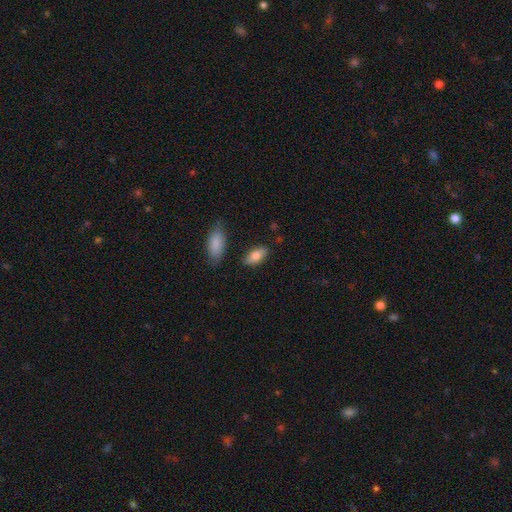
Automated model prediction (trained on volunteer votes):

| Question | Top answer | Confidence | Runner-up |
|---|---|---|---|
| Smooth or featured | smooth | 80% | featured or disk (13%) |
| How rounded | in between | 89% | cigar-shaped (8%) |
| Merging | none | 81% | minor disturbance (12%) |